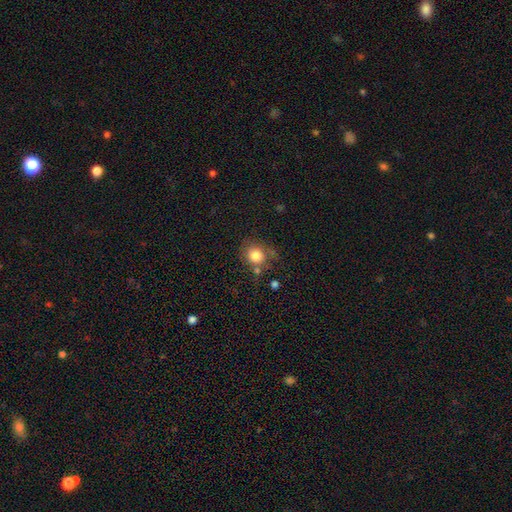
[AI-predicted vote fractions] A smooth galaxy with no disk features (80%) that is round (82%).

Vote fractions:
- Smooth or featured? smooth: 80% / star or artifact: 11% / featured or disk: 8%
- How rounded? round: 82% / in between: 17% / cigar-shaped: 1%
- Merging? none: 67% / minor disturbance: 16% / merger: 12% / major disturbance: 6%